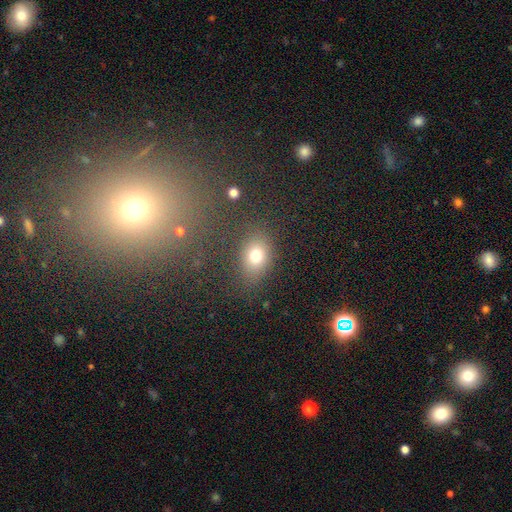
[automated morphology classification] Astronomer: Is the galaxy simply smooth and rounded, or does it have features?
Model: smooth — 75%.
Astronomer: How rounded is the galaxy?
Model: in between — 61% (runner-up: round, 37%).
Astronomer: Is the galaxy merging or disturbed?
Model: none — 81%.